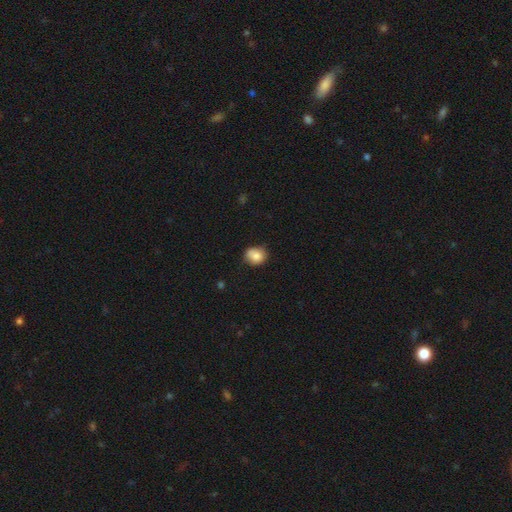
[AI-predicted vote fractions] A smooth galaxy with no disk features (81%) that is round (63%).

Vote fractions:
- Smooth or featured? smooth: 81% / featured or disk: 10% / star or artifact: 9%
- How rounded? round: 63% / in between: 36% / cigar-shaped: 1%
- Merging? none: 64% / minor disturbance: 27% / major disturbance: 5% / merger: 5%